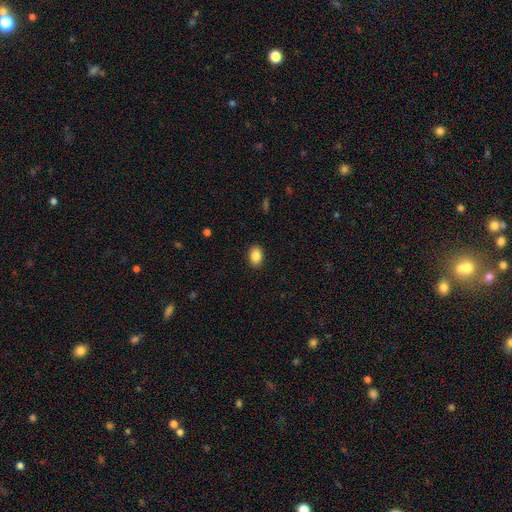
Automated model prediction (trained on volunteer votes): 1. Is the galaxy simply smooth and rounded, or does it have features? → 87% smooth, 8% star or artifact, 5% featured or disk.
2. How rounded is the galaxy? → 81% in between, 18% round, 1% cigar-shaped.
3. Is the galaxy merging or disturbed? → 90% none, 7% minor disturbance, 2% major disturbance, 1% merger.